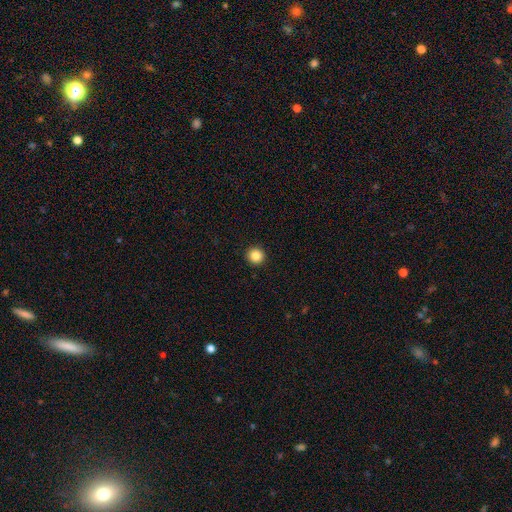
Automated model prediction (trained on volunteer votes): smooth-or-featured: smooth: 85% | star or artifact: 10% | featured or disk: 4%
  how-rounded: round: 96% | in between: 3% | cigar-shaped: 1%
  merging: none: 94% | minor disturbance: 4% | major disturbance: 1% | merger: 1%